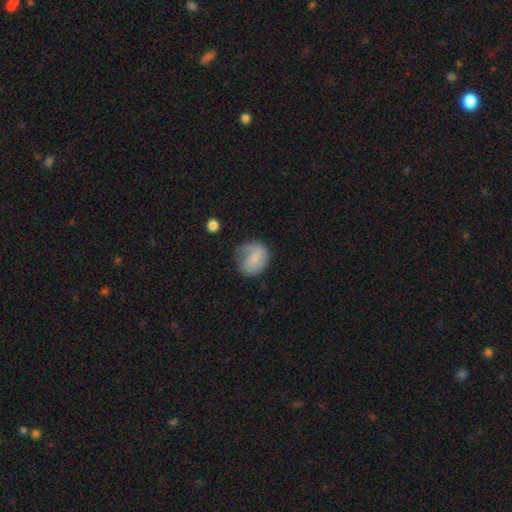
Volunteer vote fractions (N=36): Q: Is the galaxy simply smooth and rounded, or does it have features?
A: smooth — 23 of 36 (64%).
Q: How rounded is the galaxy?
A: round — 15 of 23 (65%).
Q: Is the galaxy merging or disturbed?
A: none — 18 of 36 (50%).